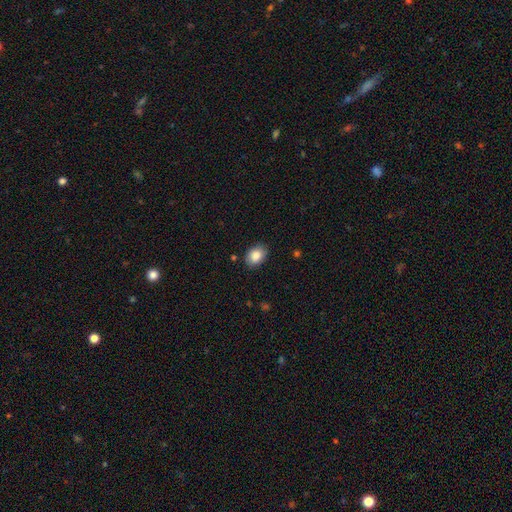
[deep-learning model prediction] Smooth or featured: smooth — 87% (star or artifact — 7%)
How rounded: in between — 74% (round — 25%)
Merging: none — 85% (minor disturbance — 11%)